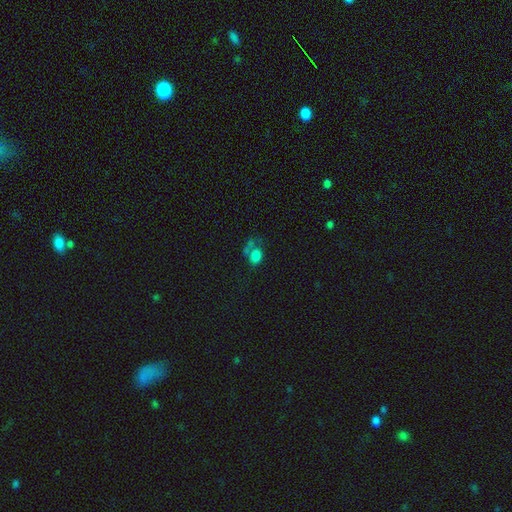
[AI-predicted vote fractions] Q: Smooth or featured?
A: smooth (69%); runner-up: star or artifact (20%)
Q: How rounded?
A: in between (69%); runner-up: round (29%)
Q: Merging?
A: none (36%); runner-up: merger (27%)